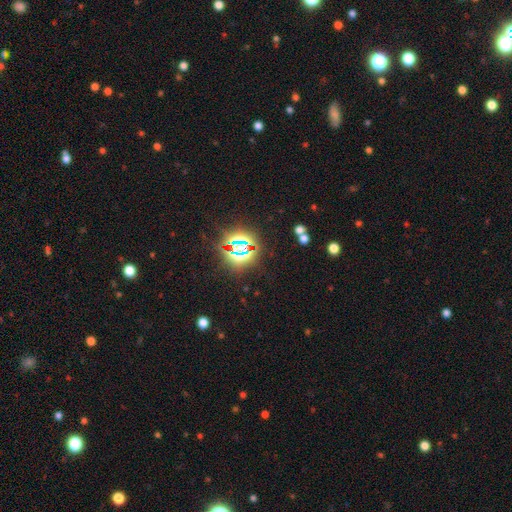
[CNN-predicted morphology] The model was most divided on "smooth or featured": star or artifact: 79%, smooth: 15%, featured or disk: 6%.